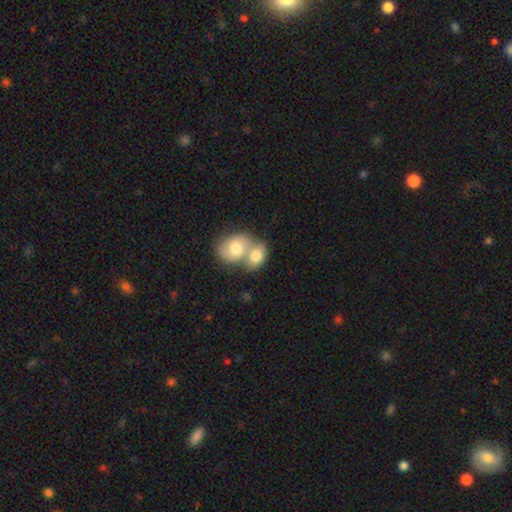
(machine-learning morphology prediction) smooth 71%, featured or disk 23%, star or artifact 7%. Down the decision tree: how rounded — in between (68%); merging — merger (70%).